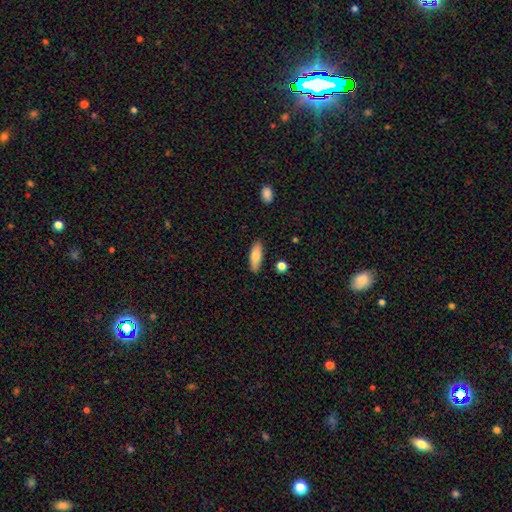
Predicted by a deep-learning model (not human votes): Q: Smooth or featured?
A: smooth (79%); runner-up: featured or disk (14%)
Q: How rounded?
A: in between (63%); runner-up: cigar-shaped (35%)
Q: Merging?
A: none (85%); runner-up: minor disturbance (11%)